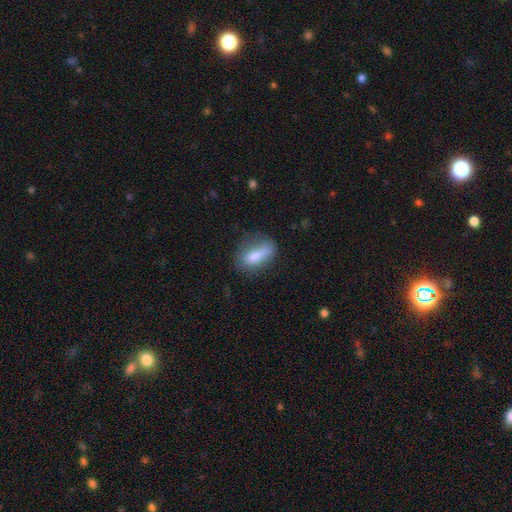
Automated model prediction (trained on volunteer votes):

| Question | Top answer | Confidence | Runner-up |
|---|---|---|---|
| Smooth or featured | smooth | 75% | featured or disk (17%) |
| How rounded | in between | 75% | cigar-shaped (18%) |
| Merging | none | 55% | minor disturbance (28%) |